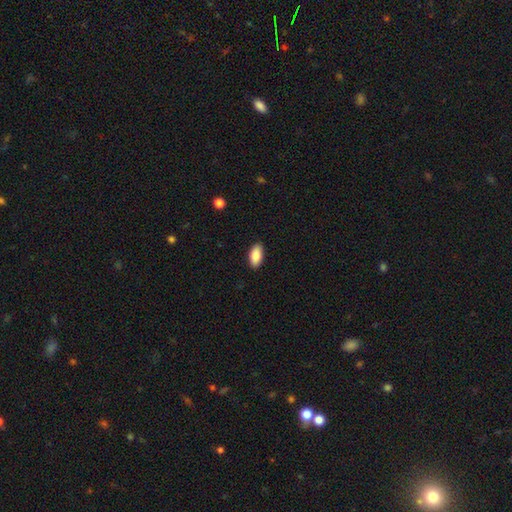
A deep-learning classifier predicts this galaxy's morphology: This appears to be a smooth galaxy with no disk features (88%) that is in between round and cigar-shaped (92%). Merging: none (89%).